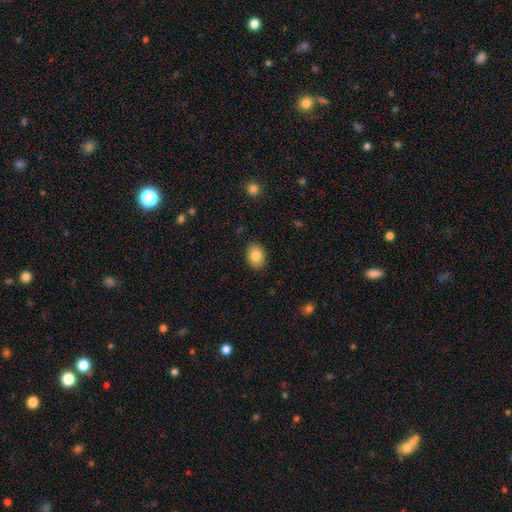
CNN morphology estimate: Q: Smooth or featured?
A: smooth (84%); runner-up: featured or disk (8%)
Q: How rounded?
A: in between (71%); runner-up: round (28%)
Q: Merging?
A: none (88%); runner-up: minor disturbance (9%)